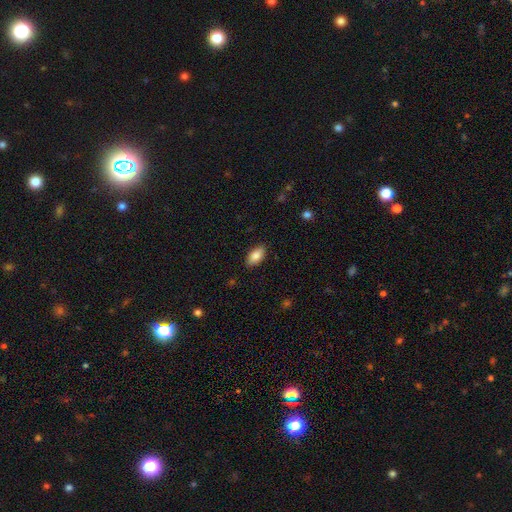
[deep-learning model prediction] A smooth galaxy with no disk features (86%) that is in between round and cigar-shaped (92%). Merging: none (88%).